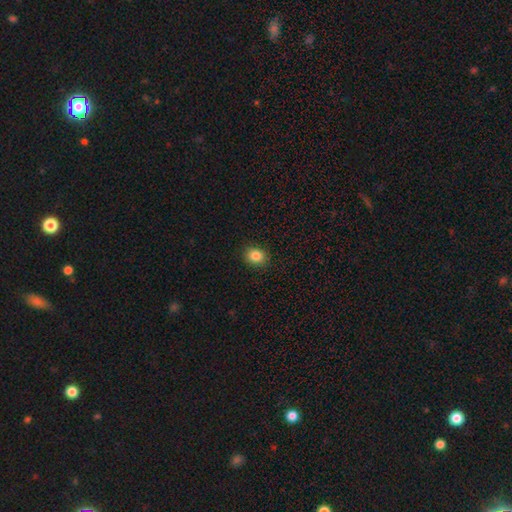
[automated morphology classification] Overall: smooth (85%). How rounded: round (62%; in between 37%). Merging: none (90%).